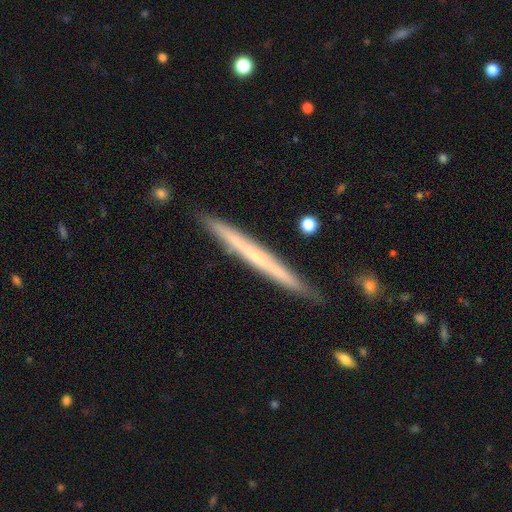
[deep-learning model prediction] Smooth or featured?
  - featured or disk: 57% *
  - smooth: 37%
  - star or artifact: 6%
Edge-on disk?
  - yes: 97% *
  - no: 3%
Edge-on bulge?
  - none: 76% *
  - rounded: 21%
  - boxy: 3%
Merging?
  - none: 90% *
  - minor disturbance: 8%
  - merger: 1%
  - major disturbance: 1%